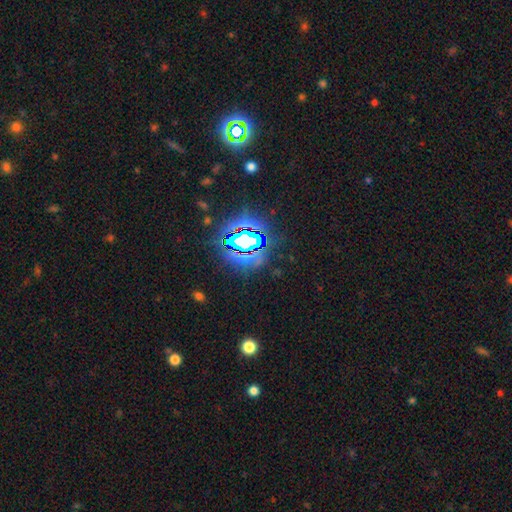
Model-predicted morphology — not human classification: A star or artifact, not a galaxy (83%).

Vote fractions:
- Smooth or featured? star or artifact: 83% / smooth: 10% / featured or disk: 7%